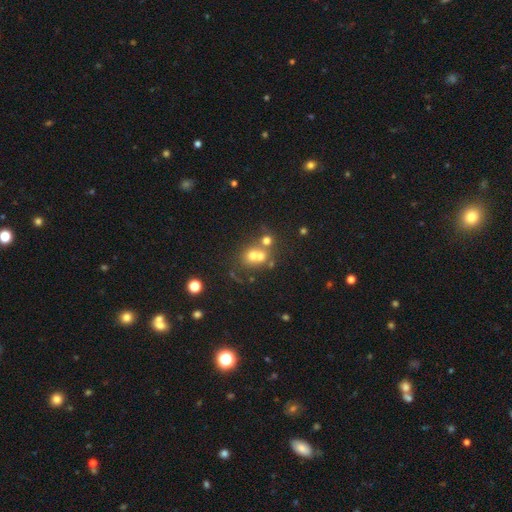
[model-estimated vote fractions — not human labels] This appears to be a smooth galaxy with no disk features (59%) that is round (76%). Merging: merger (55%).